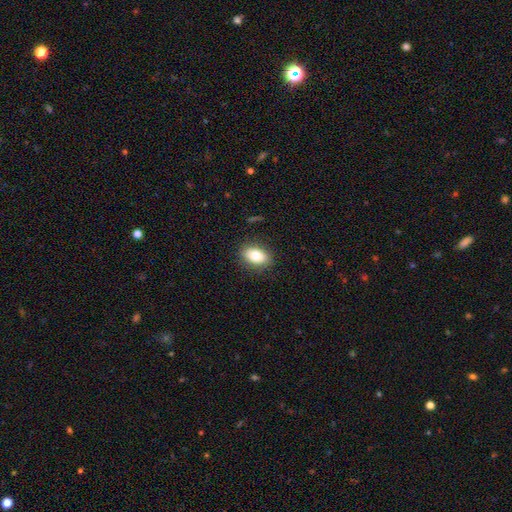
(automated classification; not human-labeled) This appears to be a smooth galaxy with no disk features (82%) that is in between round and cigar-shaped (87%). Merging: none (86%).